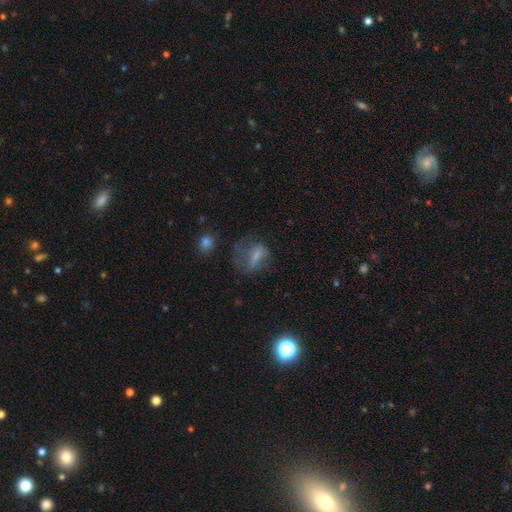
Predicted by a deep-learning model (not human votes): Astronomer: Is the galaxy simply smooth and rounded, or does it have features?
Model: smooth — 53% (runner-up: featured or disk, 33%).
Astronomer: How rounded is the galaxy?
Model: in between — 58%.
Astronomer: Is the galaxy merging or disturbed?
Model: none — 41% (runner-up: major disturbance, 33%).